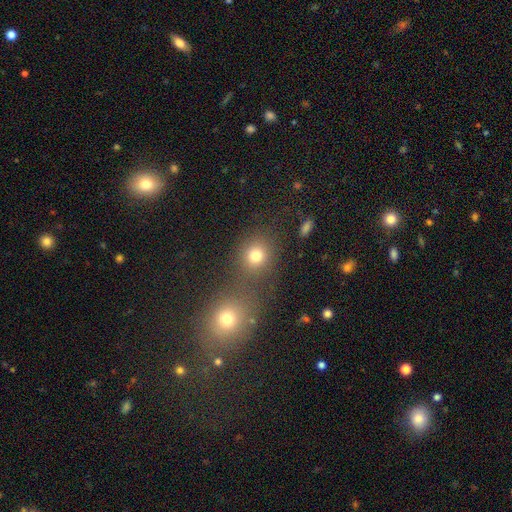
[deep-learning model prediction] The model was most divided on "merging": none: 59%, merger: 28%, minor disturbance: 8%, major disturbance: 5%. More confident: smooth or featured — smooth (77%); how rounded — round (77%).